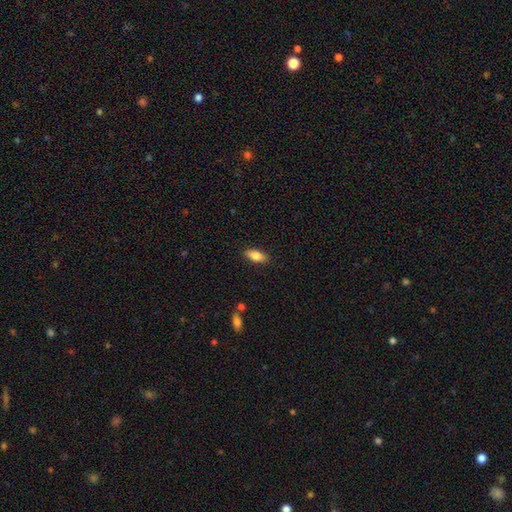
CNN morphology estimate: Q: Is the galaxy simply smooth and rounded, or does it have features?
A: smooth — 81%.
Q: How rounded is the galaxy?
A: in between — 82%.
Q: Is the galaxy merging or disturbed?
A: none — 87%.